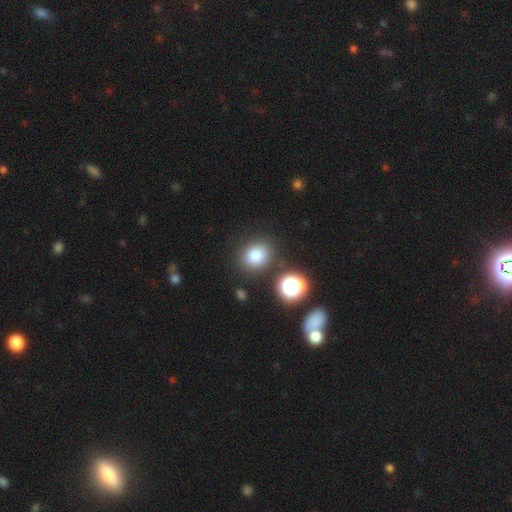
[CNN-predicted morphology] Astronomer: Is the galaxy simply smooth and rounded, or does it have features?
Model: smooth — 78%.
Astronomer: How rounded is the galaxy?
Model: round — 65%.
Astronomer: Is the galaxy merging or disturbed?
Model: none — 80%.